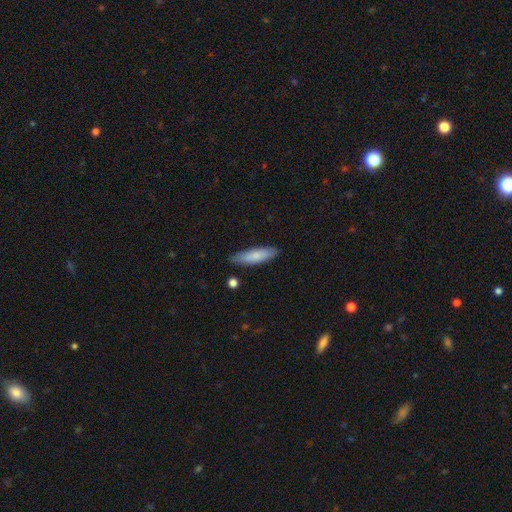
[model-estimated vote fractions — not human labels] Smooth or featured? smooth (79%)
How rounded? cigar-shaped (64%)
Merging? none (82%)